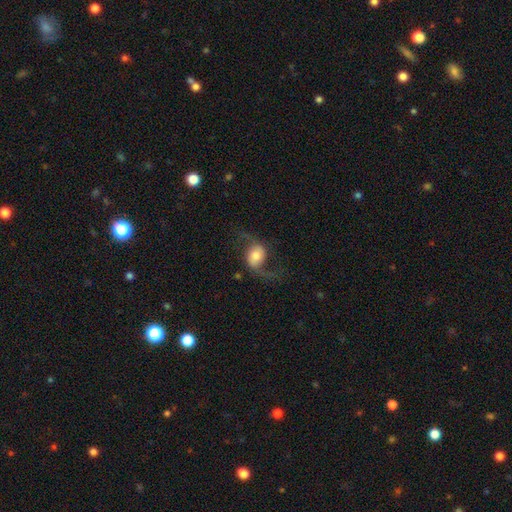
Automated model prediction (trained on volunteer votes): featured or disk 64%, smooth 28%, star or artifact 8%. Down the decision tree: edge-on disk — no (96%); bar — no (60%); spiral arms — yes (91%); spiral arm count — 2 (92%); spiral winding — loose (83%); bulge size — moderate (47%); merging — none (61%).